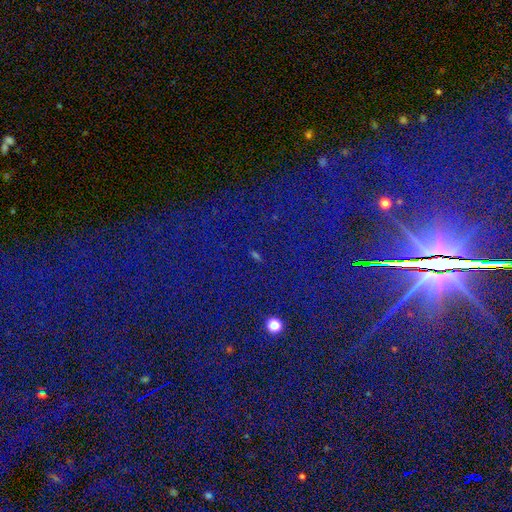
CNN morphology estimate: Smooth or featured? Predicted: star or artifact (p=0.85).